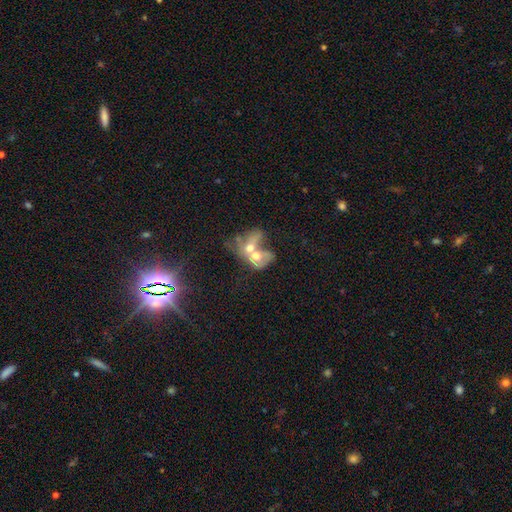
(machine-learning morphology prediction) Smooth or featured? Predicted: featured or disk (p=0.44). Merging? Predicted: merger (p=0.74).